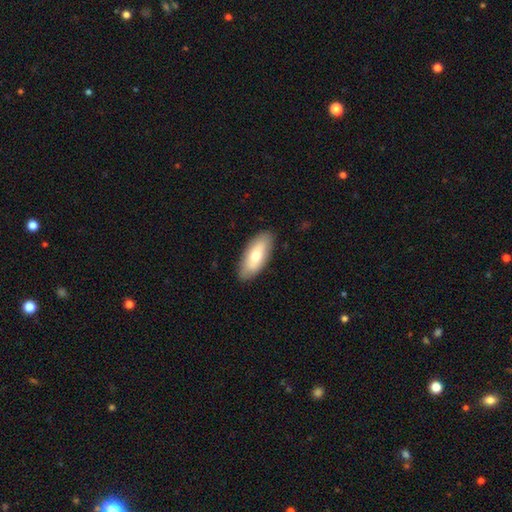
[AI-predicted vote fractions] A smooth galaxy with no disk features (68%) that is in between round and cigar-shaped (81%). Merging: none (86%).